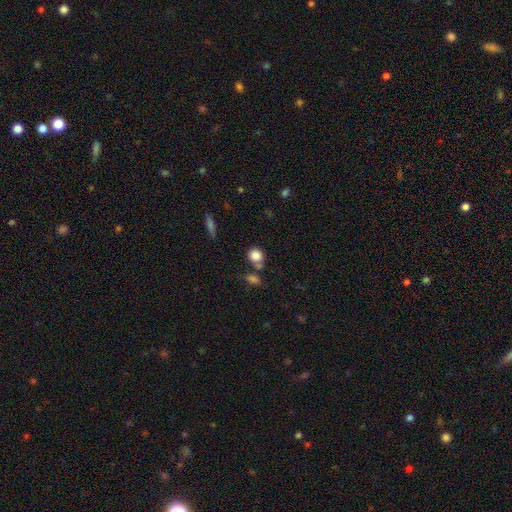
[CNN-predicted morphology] This is clearly a smooth galaxy (84%). How rounded: clearly round (80%). Merging: possibly none (60%).